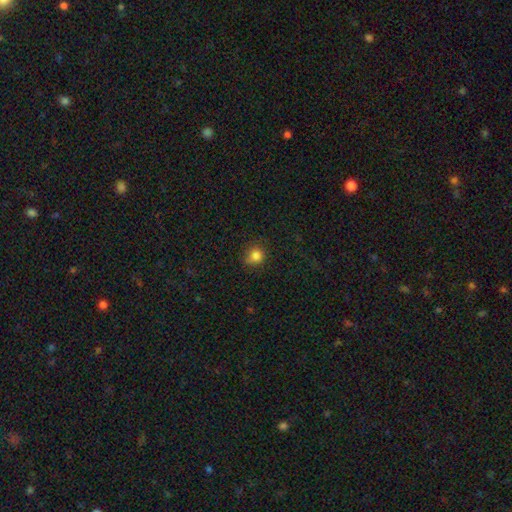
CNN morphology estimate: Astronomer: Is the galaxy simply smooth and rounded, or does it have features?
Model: smooth — 82%.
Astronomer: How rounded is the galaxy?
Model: round — 82%.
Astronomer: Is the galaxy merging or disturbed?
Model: none — 72%.